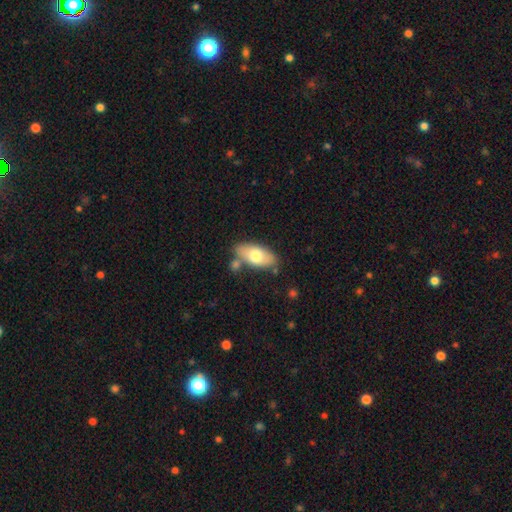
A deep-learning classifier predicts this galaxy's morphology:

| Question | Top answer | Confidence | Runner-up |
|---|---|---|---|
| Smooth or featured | smooth | 69% | featured or disk (25%) |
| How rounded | in between | 90% | cigar-shaped (7%) |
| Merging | none | 71% | minor disturbance (15%) |